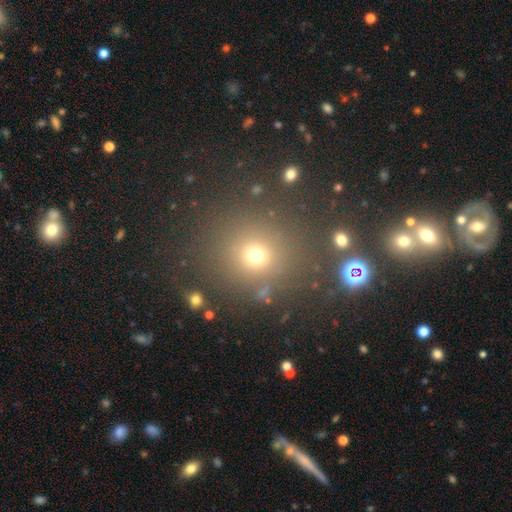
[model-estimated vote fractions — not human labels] A smooth galaxy with no disk features (68%) that is round (85%). Merging: none (80%).